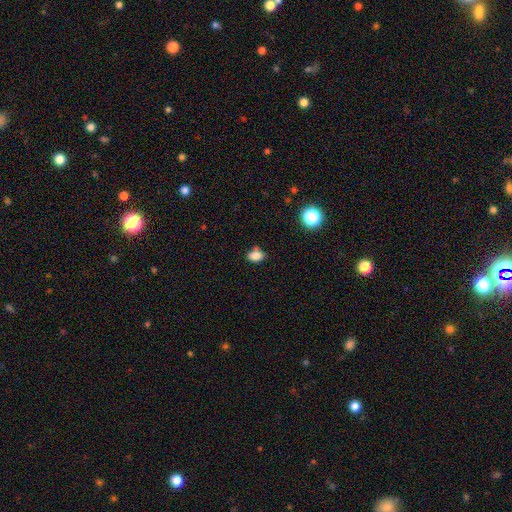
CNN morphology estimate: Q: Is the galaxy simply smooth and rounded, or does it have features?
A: smooth — 82%.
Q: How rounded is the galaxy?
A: in between — 79%.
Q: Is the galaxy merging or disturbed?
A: none — 67%.